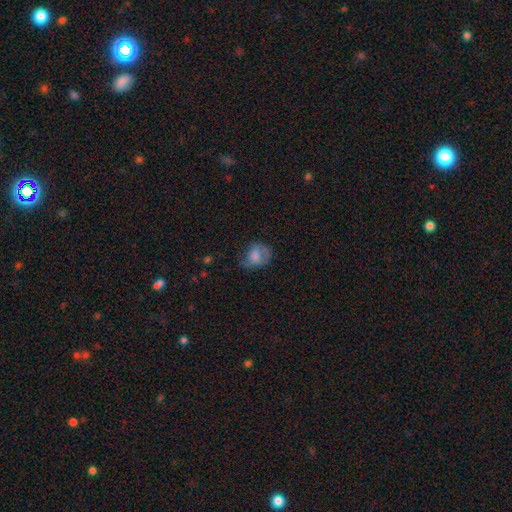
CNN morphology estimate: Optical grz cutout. It shows a smooth galaxy with no disk features (71%) that is in between round and cigar-shaped (50%). Merging: none (42%).